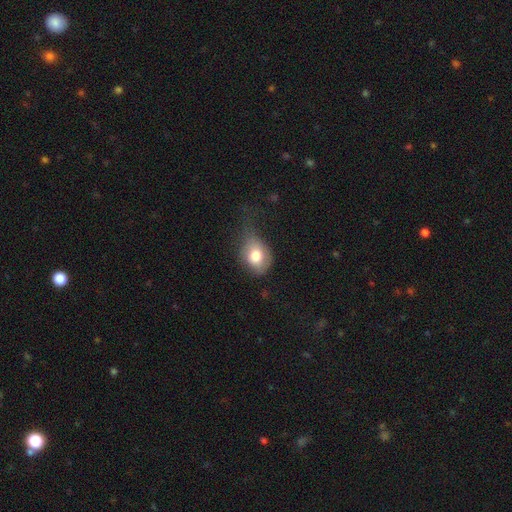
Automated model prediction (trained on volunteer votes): This appears to be a smooth galaxy with no disk features (76%) that is in between round and cigar-shaped (58%). Merging: minor disturbance (40%).